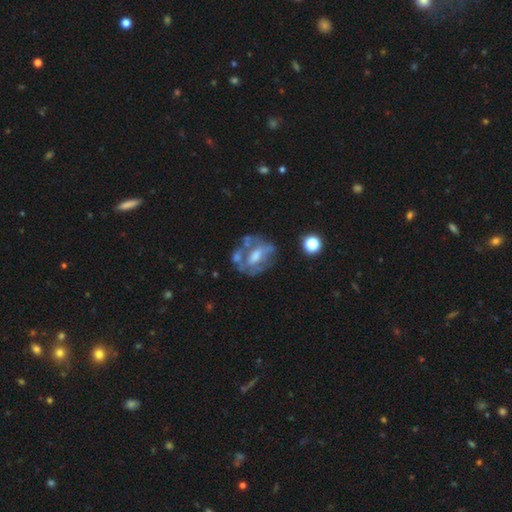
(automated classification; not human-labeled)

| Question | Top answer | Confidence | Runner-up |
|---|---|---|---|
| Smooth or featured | featured or disk | 65% | smooth (24%) |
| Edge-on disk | no | 94% | yes (6%) |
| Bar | no | 50% | weak (33%) |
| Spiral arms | no | 67% | yes (33%) |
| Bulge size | moderate | 49% | small (23%) |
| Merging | none | 46% | minor disturbance (19%) |